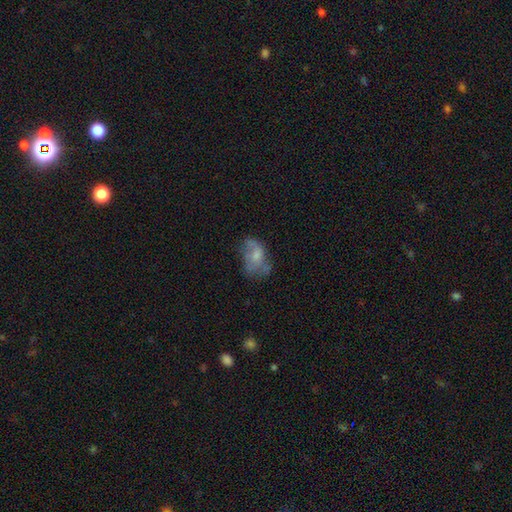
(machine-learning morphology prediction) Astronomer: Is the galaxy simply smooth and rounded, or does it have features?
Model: featured or disk — 47% (runner-up: smooth, 43%).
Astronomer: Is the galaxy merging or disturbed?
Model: none — 39% (runner-up: major disturbance, 28%).